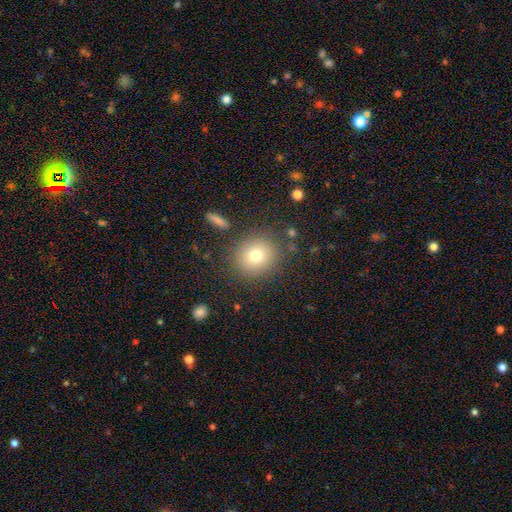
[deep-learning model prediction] This is likely a smooth galaxy (76%). How rounded: clearly round (82%). Merging: clearly none (85%).